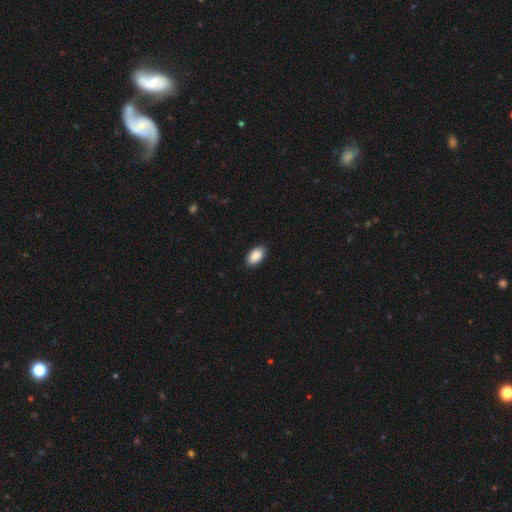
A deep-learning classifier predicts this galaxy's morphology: Q: Smooth or featured?
A: smooth (90%); runner-up: star or artifact (7%)
Q: How rounded?
A: in between (94%); runner-up: round (4%)
Q: Merging?
A: none (88%); runner-up: minor disturbance (9%)